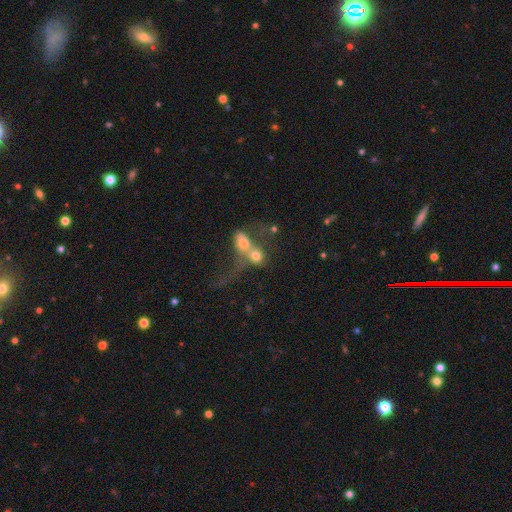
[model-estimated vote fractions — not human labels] Smooth or featured: smooth — 61% (featured or disk — 26%)
How rounded: round — 52% (in between — 44%)
Merging: merger — 75% (major disturbance — 11%)